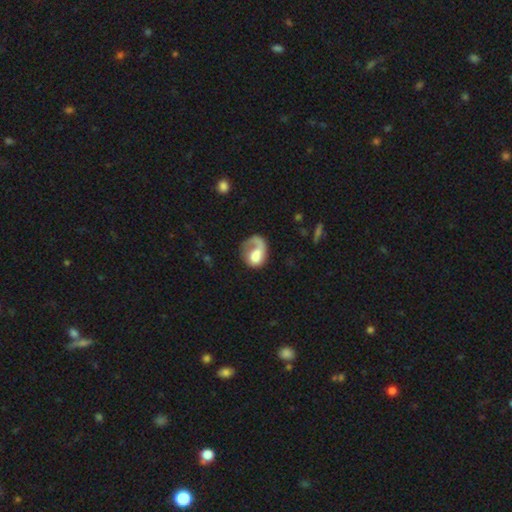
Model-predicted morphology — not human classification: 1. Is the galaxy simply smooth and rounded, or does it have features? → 52% featured or disk, 41% smooth, 7% star or artifact.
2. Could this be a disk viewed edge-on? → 97% no, 3% yes.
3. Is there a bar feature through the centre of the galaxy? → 78% no, 18% weak, 4% strong.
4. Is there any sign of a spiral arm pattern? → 70% yes, 30% no.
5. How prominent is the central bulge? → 37% moderate, 31% large, 14% small, 12% none, 6% dominant.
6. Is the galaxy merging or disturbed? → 44% major disturbance, 32% none, 17% minor disturbance, 7% merger.